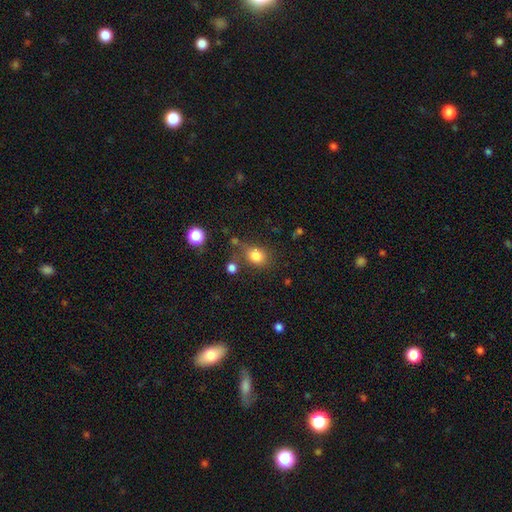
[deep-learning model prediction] Overall: smooth (81%). How rounded: round (56%; in between 43%). Merging: none (67%).